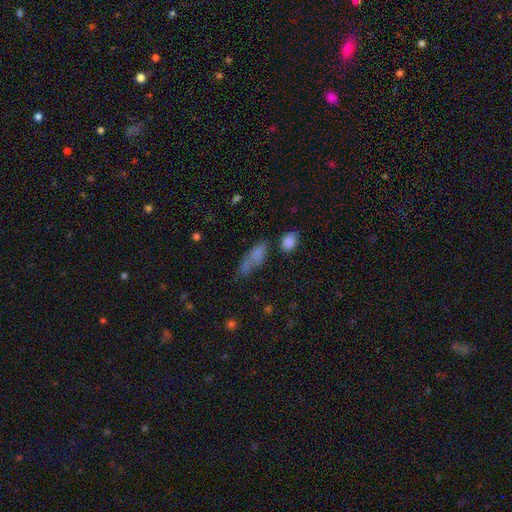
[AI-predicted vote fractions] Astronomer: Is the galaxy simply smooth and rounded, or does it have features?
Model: smooth — 71%.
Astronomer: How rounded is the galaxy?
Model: in between — 58% (runner-up: cigar-shaped, 36%).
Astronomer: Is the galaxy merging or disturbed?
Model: none — 45% (runner-up: minor disturbance, 26%).